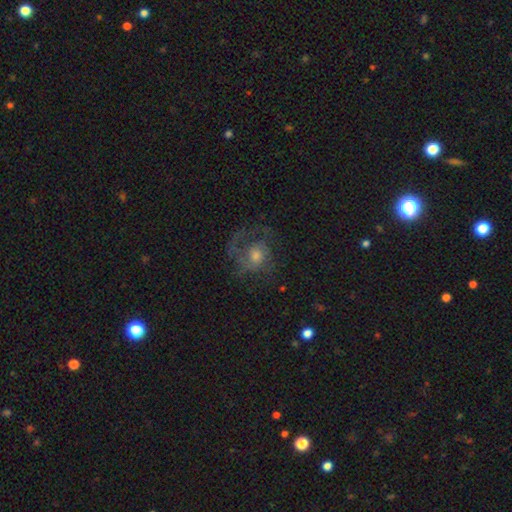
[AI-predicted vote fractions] A featured or disk galaxy (68%) with no bar (75%), 2 (32%) medium (45%) spiral arms (84%) and a moderate central bulge (57%). Merging: none (54%).